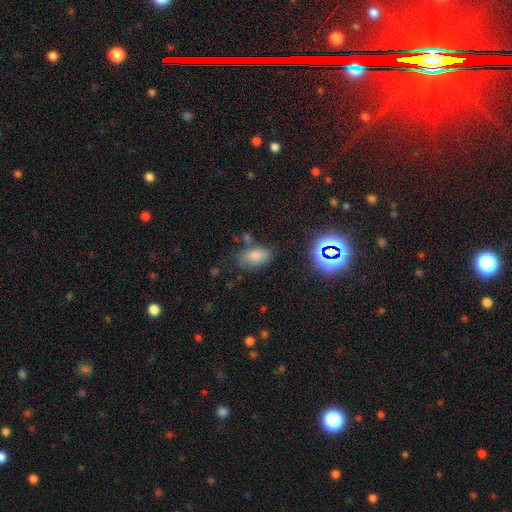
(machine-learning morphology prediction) Smooth or featured?
  - smooth: 77% *
  - star or artifact: 14%
  - featured or disk: 9%
How rounded?
  - in between: 90% *
  - round: 7%
  - cigar-shaped: 3%
Merging?
  - none: 66% *
  - minor disturbance: 20%
  - merger: 7%
  - major disturbance: 7%